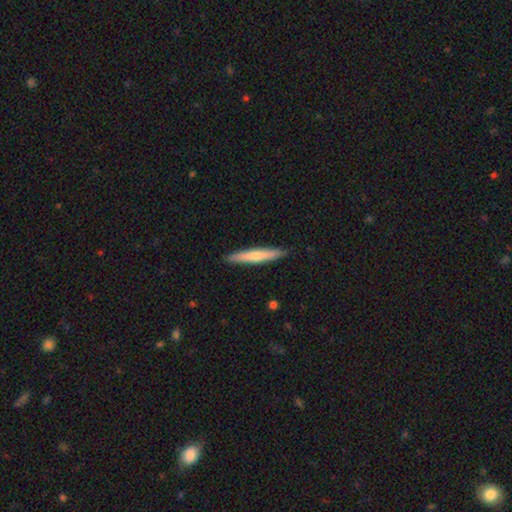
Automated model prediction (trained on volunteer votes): smooth 63%, featured or disk 32%, star or artifact 5%. Down the decision tree: how rounded — cigar-shaped (94%); merging — none (90%).